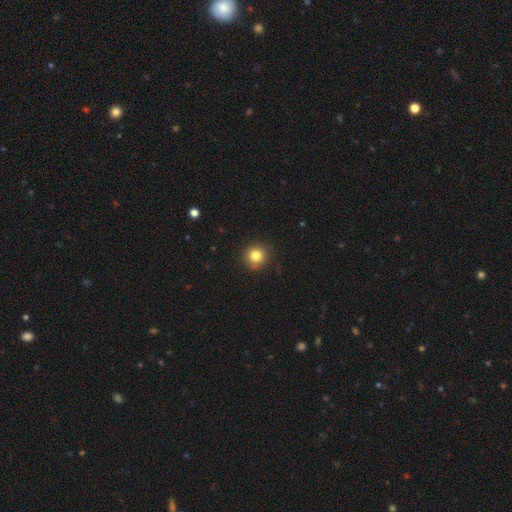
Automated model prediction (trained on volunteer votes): Q: Smooth or featured?
A: smooth (82%); runner-up: star or artifact (11%)
Q: How rounded?
A: round (93%); runner-up: in between (6%)
Q: Merging?
A: none (86%); runner-up: minor disturbance (10%)